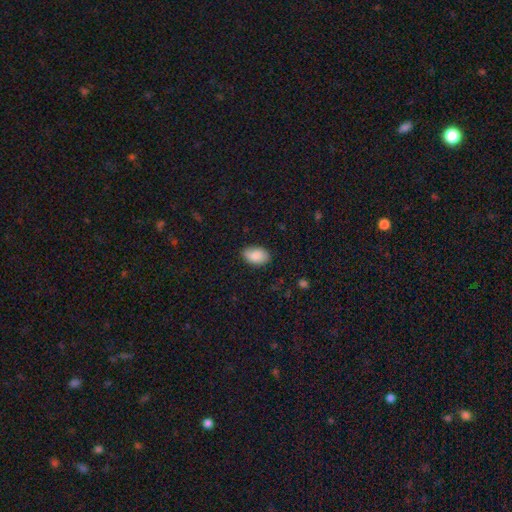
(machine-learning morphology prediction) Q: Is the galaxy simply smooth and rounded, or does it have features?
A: smooth — 86%.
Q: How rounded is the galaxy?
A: in between — 90%.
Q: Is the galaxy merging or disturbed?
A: none — 79%.